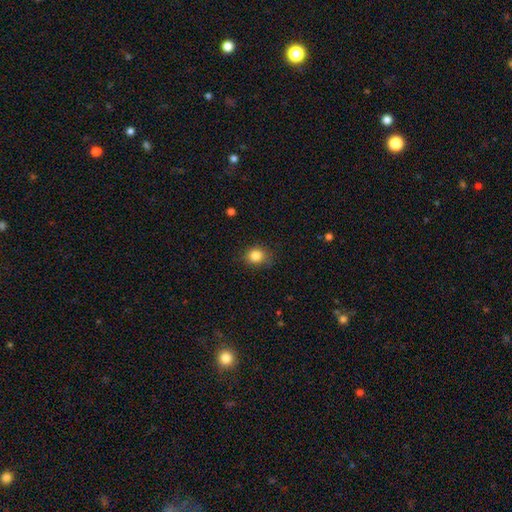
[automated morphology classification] Smooth or featured: smooth — 84% (star or artifact — 11%)
How rounded: round — 76% (in between — 23%)
Merging: none — 81% (minor disturbance — 15%)